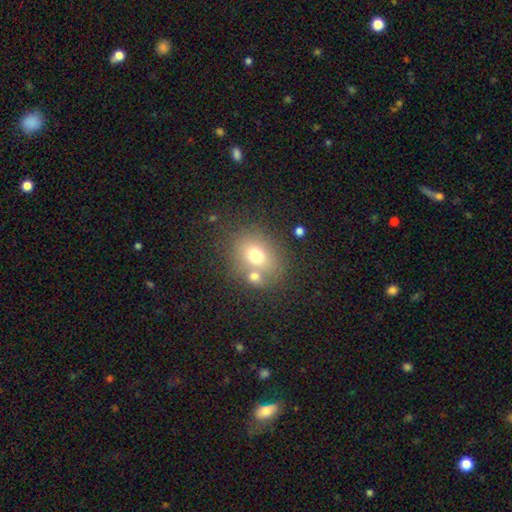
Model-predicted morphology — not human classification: This appears to be a smooth galaxy with no disk features (70%) that is round (53%). Merging: none (59%).